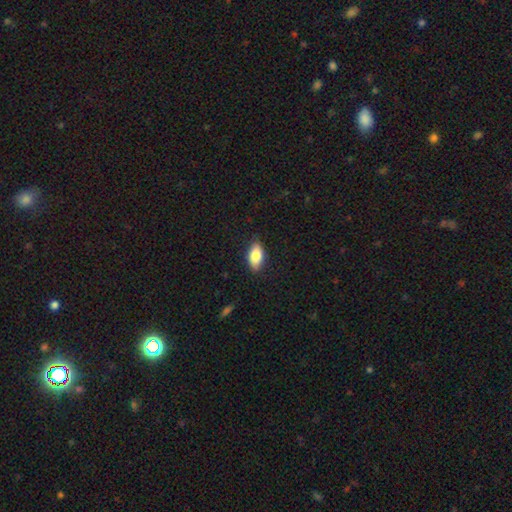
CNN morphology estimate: Smooth or featured? Predicted: smooth (p=0.80). How rounded? Predicted: in between (p=0.89). Merging? Predicted: none (p=0.85).